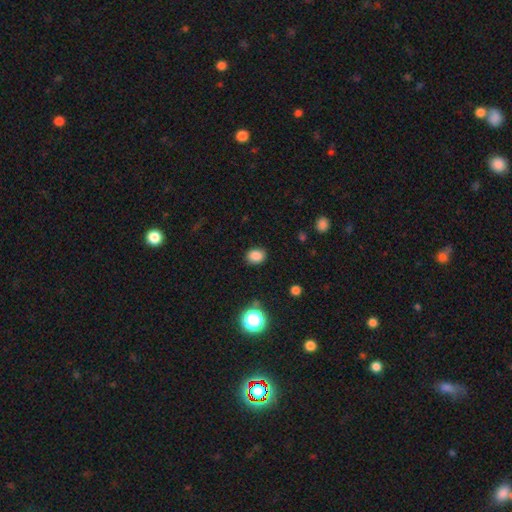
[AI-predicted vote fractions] Smooth or featured?
  - smooth: 84% *
  - star or artifact: 12%
  - featured or disk: 4%
How rounded?
  - in between: 55% *
  - round: 44%
  - cigar-shaped: 1%
Merging?
  - none: 87% *
  - minor disturbance: 9%
  - major disturbance: 3%
  - merger: 1%